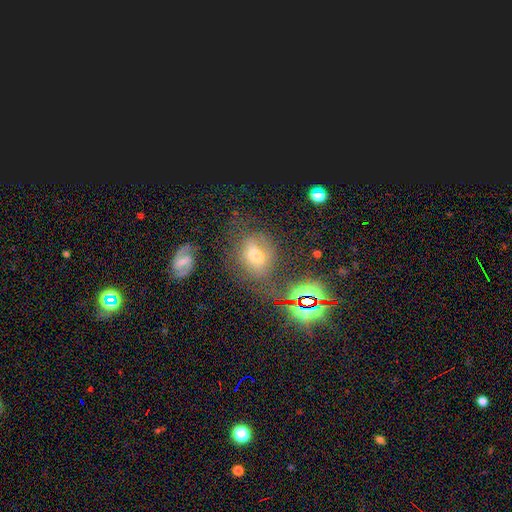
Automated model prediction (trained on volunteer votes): This is possibly a smooth galaxy (49%). Merging: possibly none (56%).